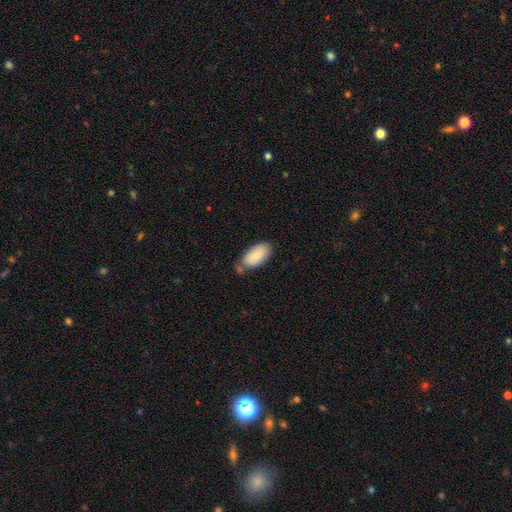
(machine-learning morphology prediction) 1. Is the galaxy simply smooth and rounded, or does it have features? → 86% smooth, 8% featured or disk, 6% star or artifact.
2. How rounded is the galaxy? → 94% in between, 4% cigar-shaped, 2% round.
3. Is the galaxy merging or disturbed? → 59% none, 23% minor disturbance, 13% merger, 5% major disturbance.